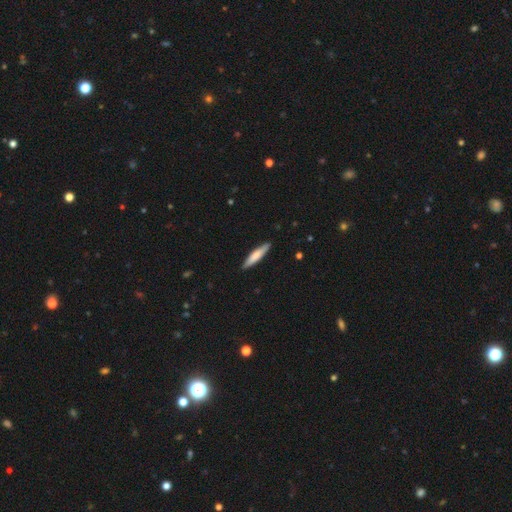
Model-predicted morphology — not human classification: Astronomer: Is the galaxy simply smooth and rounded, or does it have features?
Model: smooth — 68%.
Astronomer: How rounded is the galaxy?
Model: cigar-shaped — 86%.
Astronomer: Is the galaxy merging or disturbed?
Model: none — 89%.